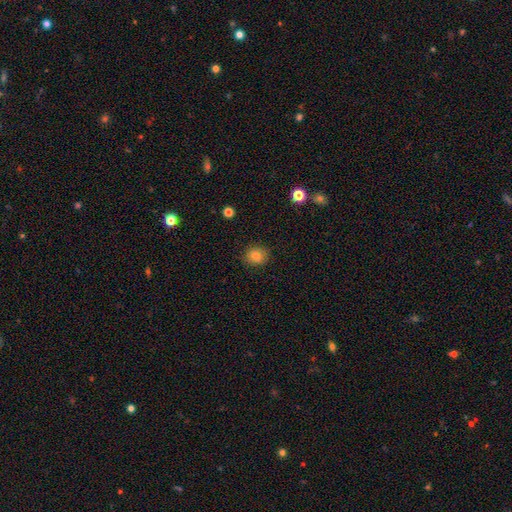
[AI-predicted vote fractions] Smooth or featured: smooth — 81% (star or artifact — 11%)
How rounded: round — 74% (in between — 25%)
Merging: none — 86% (minor disturbance — 10%)